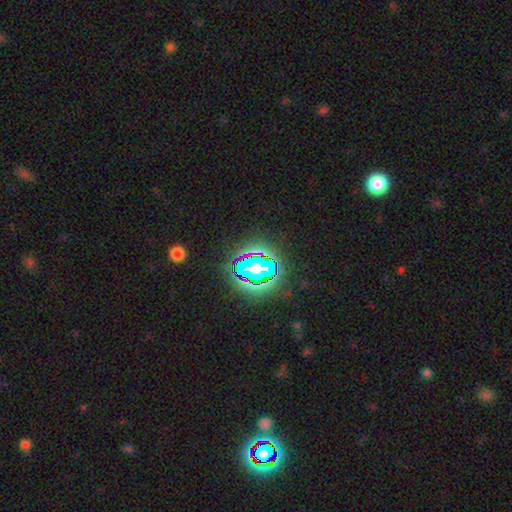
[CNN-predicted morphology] type=star or artifact (64%).